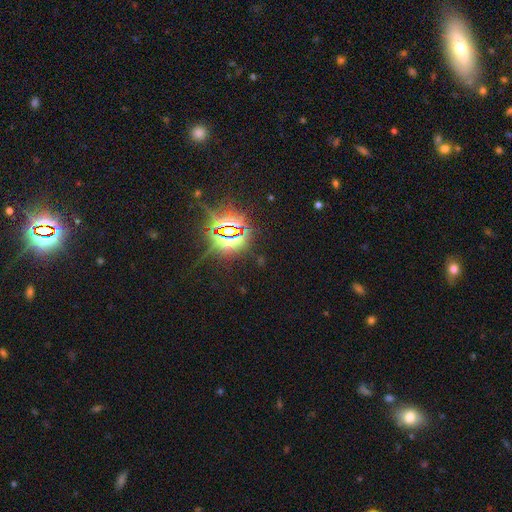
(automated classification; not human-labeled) The model was most divided on "smooth or featured": star or artifact: 85%, smooth: 8%, featured or disk: 7%.